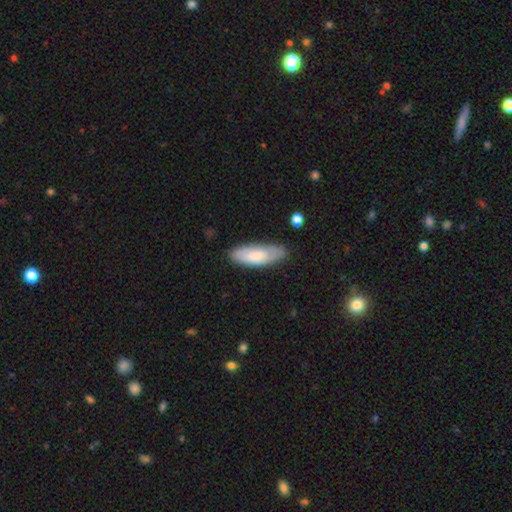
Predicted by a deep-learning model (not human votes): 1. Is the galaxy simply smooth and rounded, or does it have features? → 73% smooth, 21% featured or disk, 6% star or artifact.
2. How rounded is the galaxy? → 65% in between, 33% cigar-shaped, 2% round.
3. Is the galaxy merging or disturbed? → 77% none, 18% minor disturbance, 3% major disturbance, 2% merger.